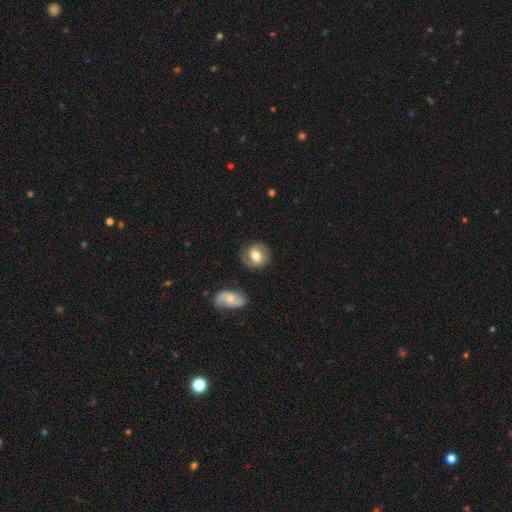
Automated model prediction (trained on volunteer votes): Smooth or featured?
  - smooth: 52% *
  - featured or disk: 41%
  - star or artifact: 7%
How rounded?
  - round: 77% *
  - in between: 22%
  - cigar-shaped: 1%
Merging?
  - none: 74% *
  - minor disturbance: 17%
  - major disturbance: 6%
  - merger: 3%